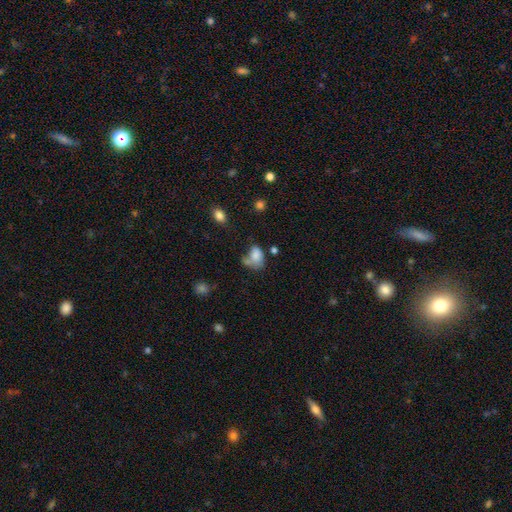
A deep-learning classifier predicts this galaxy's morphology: smooth_or_featured: smooth (p=0.77) [alt: featured or disk p=0.13]
how_rounded: in between (p=0.78) [alt: round p=0.20]
merging: none (p=0.31) [alt: merger p=0.28]